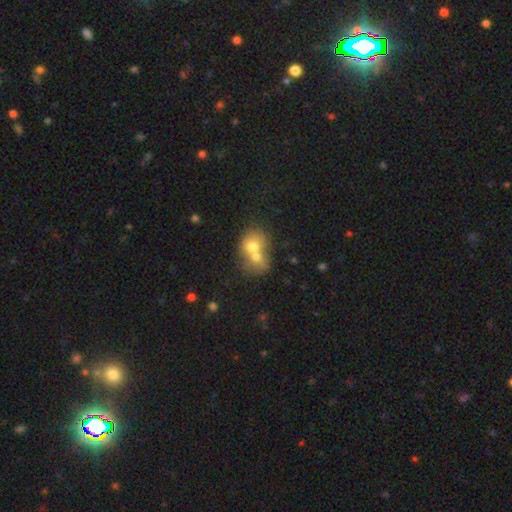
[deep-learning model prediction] This is likely a smooth galaxy (64%). How rounded: possibly round (59%). Merging: likely merger (72%).